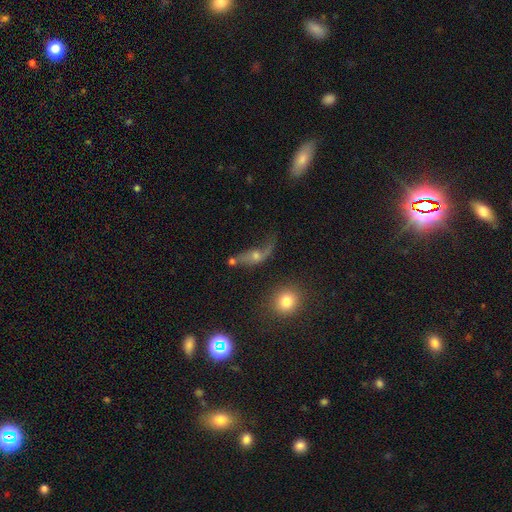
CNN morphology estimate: Smooth or featured? Predicted: featured or disk (p=0.54). Edge-on disk? Predicted: no (p=0.81). Merging? Predicted: major disturbance (p=0.39).